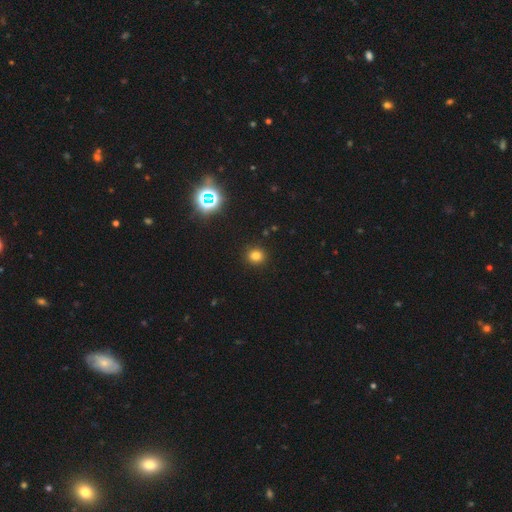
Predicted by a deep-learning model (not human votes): A smooth galaxy with no disk features (79%) that is round (86%). Merging: none (91%).